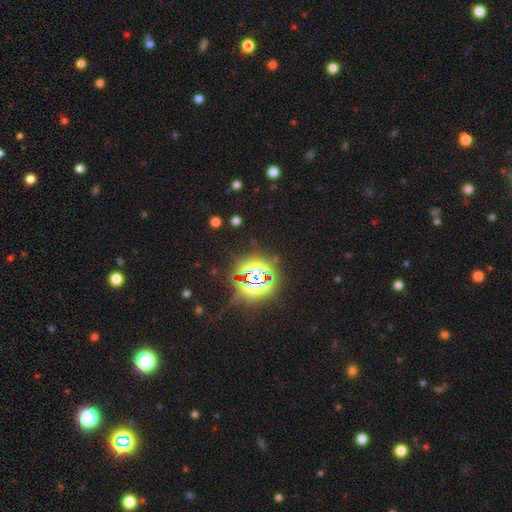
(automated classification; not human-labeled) A star or artifact, not a galaxy (81%).

Vote fractions:
- Smooth or featured? star or artifact: 81% / smooth: 13% / featured or disk: 6%